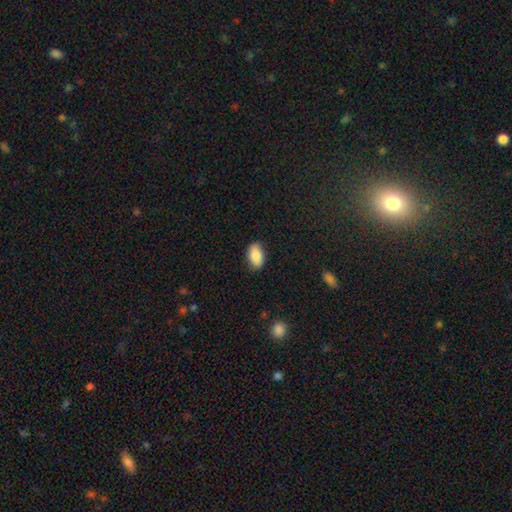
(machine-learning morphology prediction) This is clearly a smooth galaxy (86%). How rounded: clearly in between (92%). Merging: clearly none (85%).